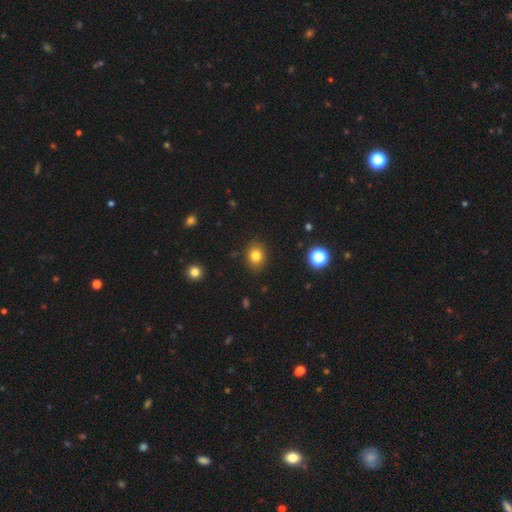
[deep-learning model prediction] Q: Smooth or featured?
A: smooth (81%); runner-up: star or artifact (12%)
Q: How rounded?
A: round (61%); runner-up: in between (38%)
Q: Merging?
A: none (88%); runner-up: minor disturbance (8%)